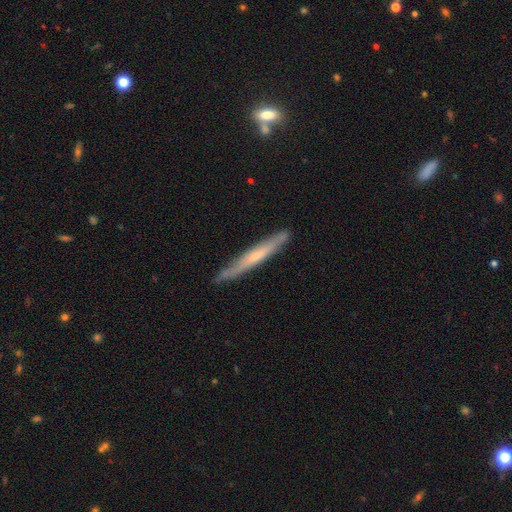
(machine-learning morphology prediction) Smooth or featured?
  - featured or disk: 55% *
  - smooth: 39%
  - star or artifact: 6%
Edge-on disk?
  - yes: 90% *
  - no: 10%
Merging?
  - none: 83% *
  - minor disturbance: 14%
  - major disturbance: 2%
  - merger: 1%